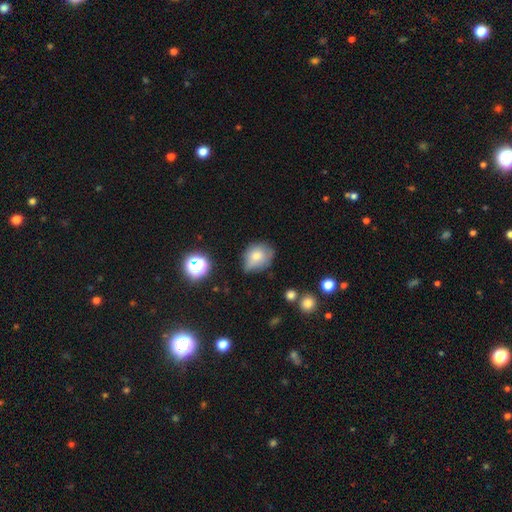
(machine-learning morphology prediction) Smooth or featured? Predicted: smooth (p=0.72). How rounded? Predicted: round (p=0.58). Merging? Predicted: none (p=0.49).